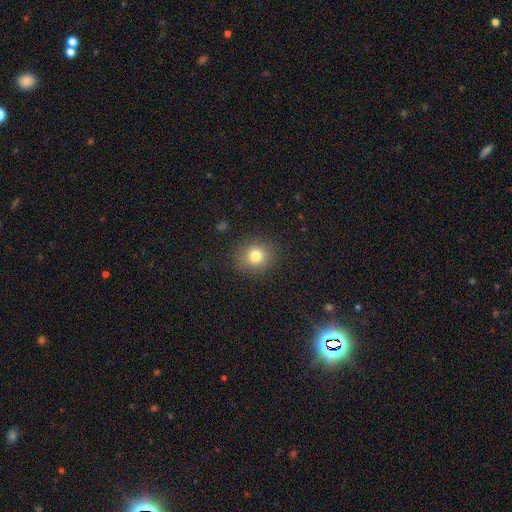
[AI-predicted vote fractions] A smooth galaxy with no disk features (79%) that is round (79%).

Vote fractions:
- Smooth or featured? smooth: 79% / star or artifact: 13% / featured or disk: 8%
- How rounded? round: 79% / in between: 20% / cigar-shaped: 1%
- Merging? none: 88% / minor disturbance: 8% / major disturbance: 3% / merger: 1%